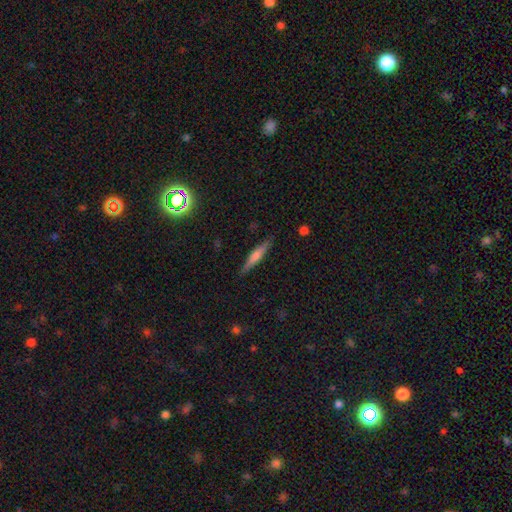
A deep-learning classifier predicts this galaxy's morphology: Smooth or featured? Predicted: smooth (p=0.52). How rounded? Predicted: cigar-shaped (p=0.91). Merging? Predicted: none (p=0.88).